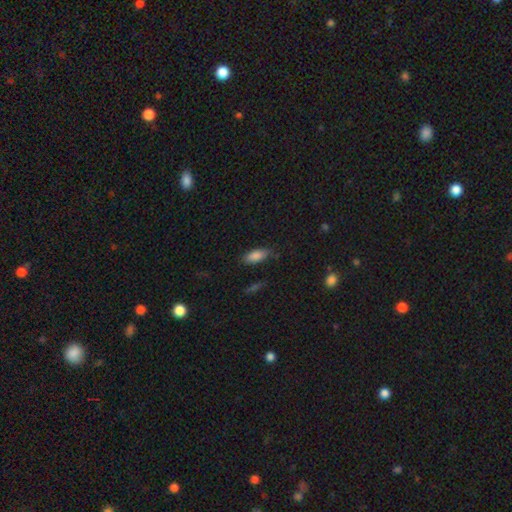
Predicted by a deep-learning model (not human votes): A smooth galaxy with no disk features (84%) that is in between round and cigar-shaped (84%). Merging: none (77%).